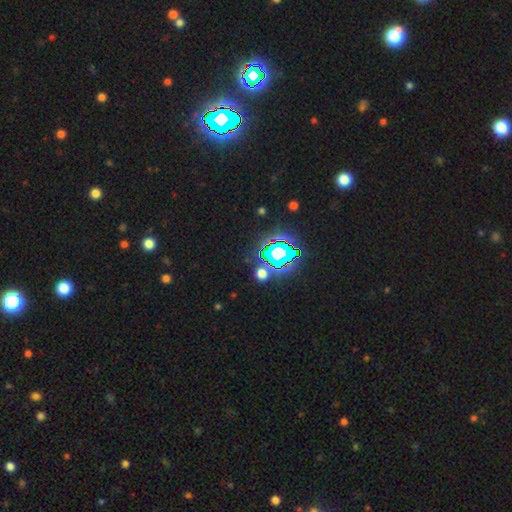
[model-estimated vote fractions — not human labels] A star or artifact, not a galaxy (81%).

Vote fractions:
- Smooth or featured? star or artifact: 81% / smooth: 11% / featured or disk: 7%